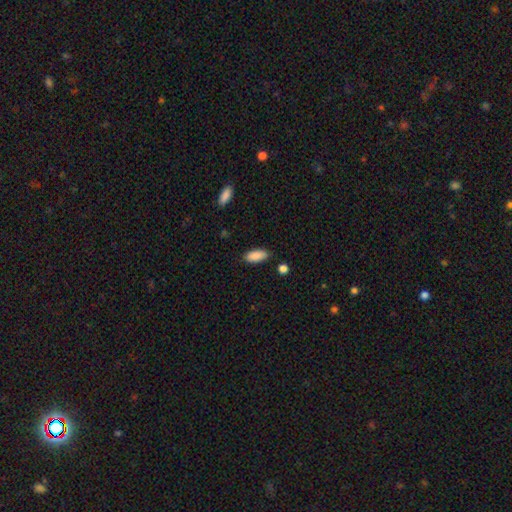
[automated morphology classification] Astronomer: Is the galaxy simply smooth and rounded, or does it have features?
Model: smooth — 89%.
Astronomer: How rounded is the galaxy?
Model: in between — 85%.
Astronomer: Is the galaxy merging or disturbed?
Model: none — 84%.